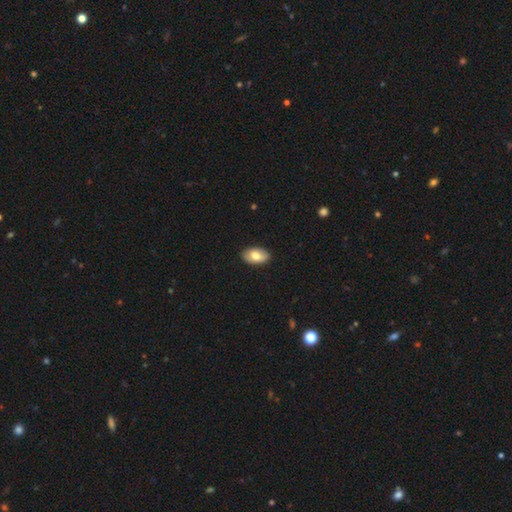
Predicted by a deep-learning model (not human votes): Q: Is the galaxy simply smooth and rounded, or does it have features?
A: smooth — 74%.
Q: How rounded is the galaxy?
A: in between — 94%.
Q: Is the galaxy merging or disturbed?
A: none — 88%.